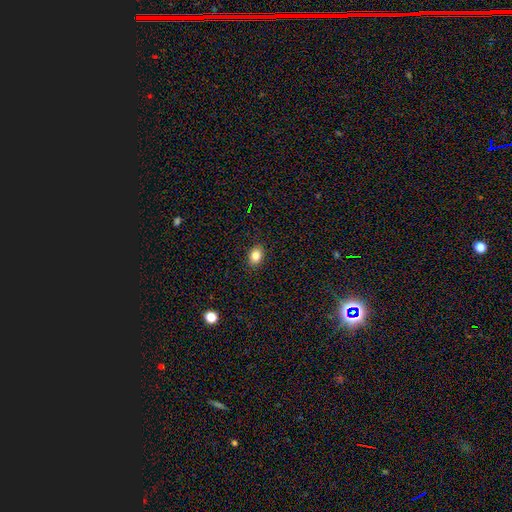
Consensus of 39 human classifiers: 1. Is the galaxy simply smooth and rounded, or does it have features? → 92% smooth, 5% star or artifact, 3% featured or disk.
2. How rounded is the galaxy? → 64% in between, 33% round, 3% cigar-shaped.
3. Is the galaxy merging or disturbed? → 86% none, 11% minor disturbance, 3% major disturbance, 0% merger.